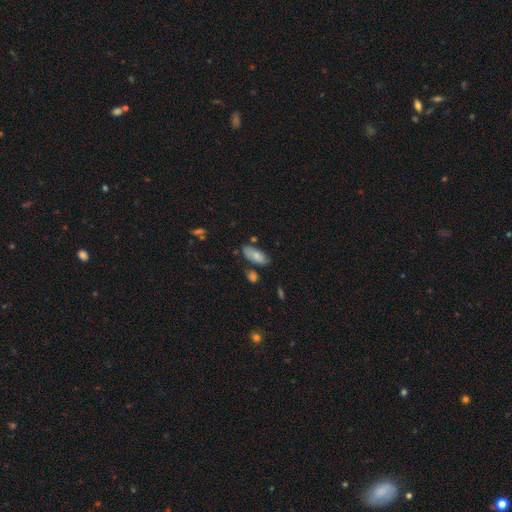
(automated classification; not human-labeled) Smooth or featured?
  - smooth: 77% *
  - featured or disk: 16%
  - star or artifact: 7%
How rounded?
  - in between: 82% *
  - cigar-shaped: 16%
  - round: 2%
Merging?
  - none: 66% *
  - minor disturbance: 21%
  - merger: 7%
  - major disturbance: 5%